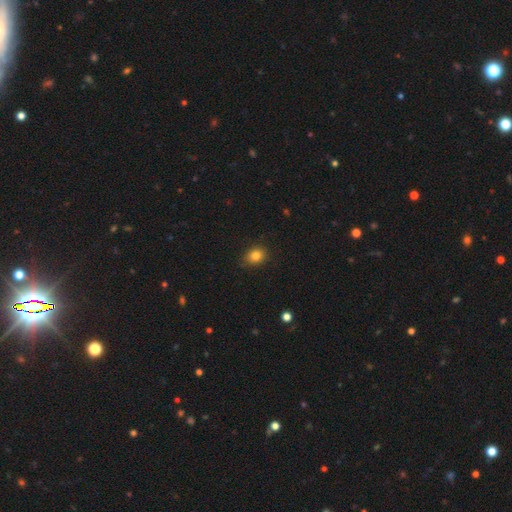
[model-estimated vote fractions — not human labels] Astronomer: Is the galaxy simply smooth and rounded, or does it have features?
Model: smooth — 83%.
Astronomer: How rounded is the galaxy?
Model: round — 52% (runner-up: in between, 47%).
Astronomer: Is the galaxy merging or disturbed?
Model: none — 83%.